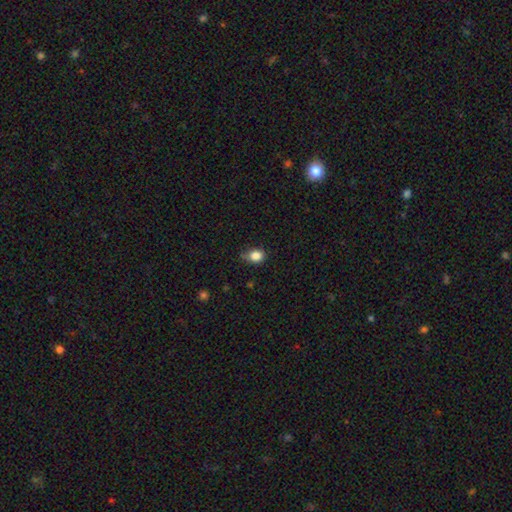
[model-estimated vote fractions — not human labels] This is clearly a smooth galaxy (85%). How rounded: likely round (65%). Merging: likely none (63%).